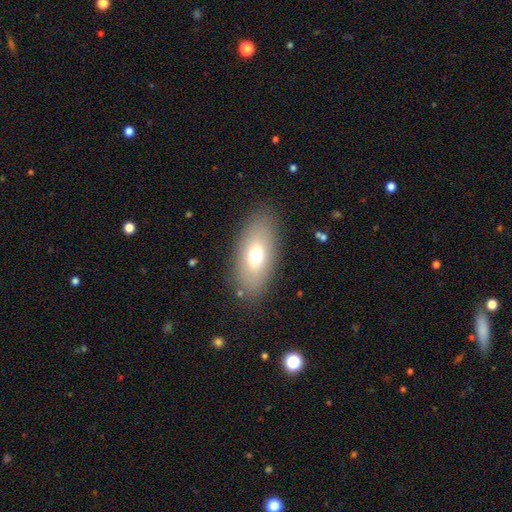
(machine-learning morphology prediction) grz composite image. It shows a smooth galaxy with no disk features (68%) that is in between round and cigar-shaped (87%). Merging: none (84%).